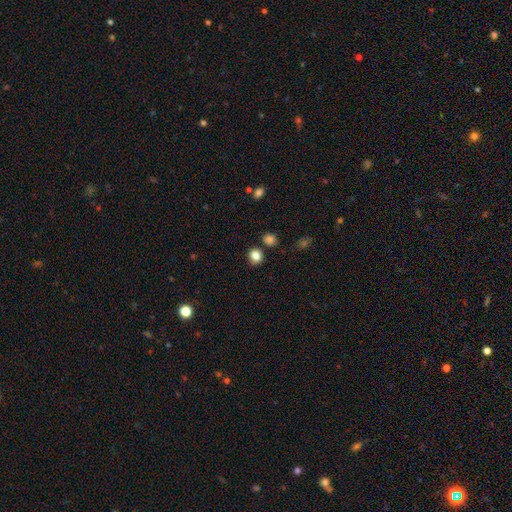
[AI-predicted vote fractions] smooth 84%, star or artifact 11%, featured or disk 5%. Down the decision tree: how rounded — round (80%); merging — none (82%).